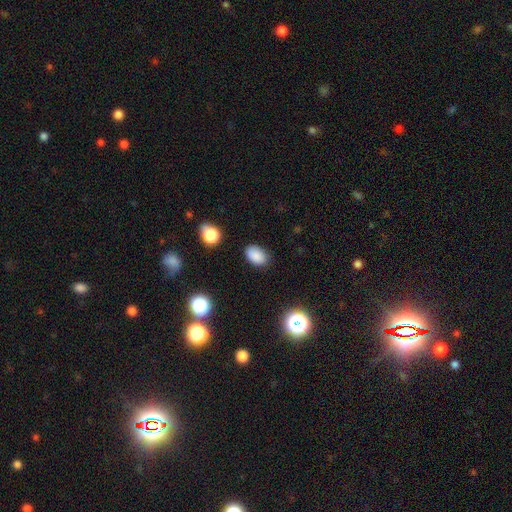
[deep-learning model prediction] Overall: smooth (85%). How rounded: in between (87%). Merging: none (83%).